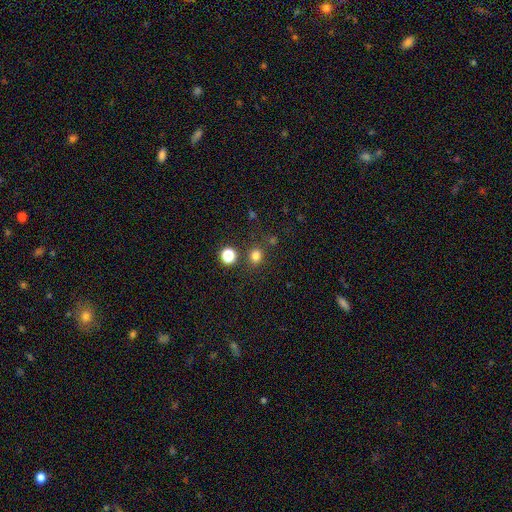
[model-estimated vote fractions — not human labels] This appears to be a smooth galaxy with no disk features (78%) that is round (75%). Merging: none (80%).